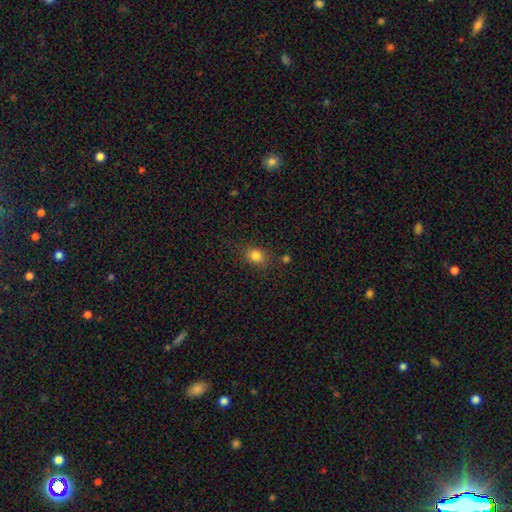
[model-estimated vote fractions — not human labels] This appears to be a smooth galaxy with no disk features (82%) that is round (59%). Merging: none (77%).